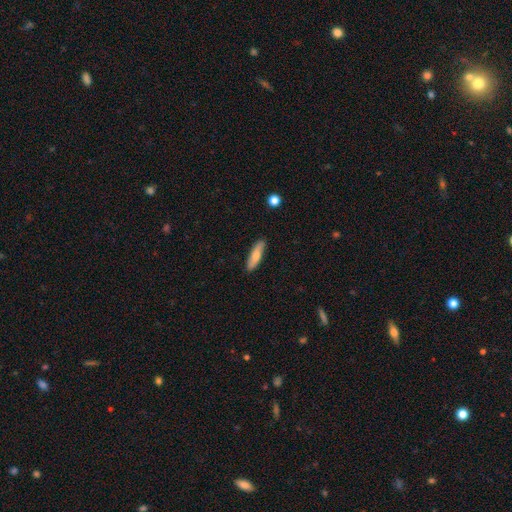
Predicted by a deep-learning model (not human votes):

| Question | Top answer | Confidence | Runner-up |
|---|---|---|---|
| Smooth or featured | smooth | 72% | featured or disk (22%) |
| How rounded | cigar-shaped | 69% | in between (29%) |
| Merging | none | 88% | minor disturbance (9%) |